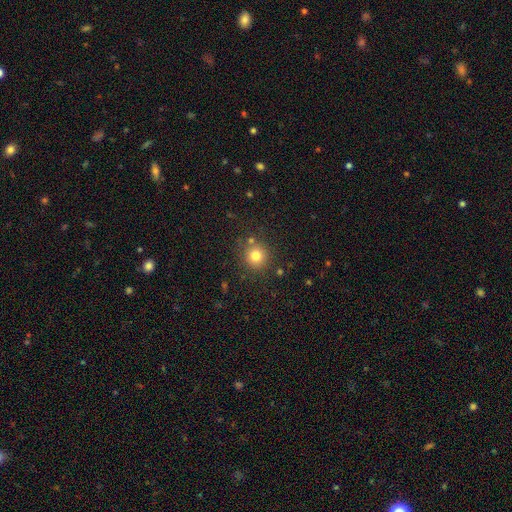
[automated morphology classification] Overall: smooth (79%). How rounded: round (92%). Merging: none (82%).